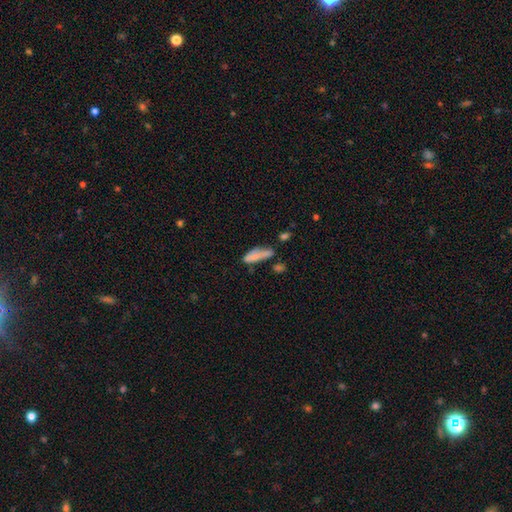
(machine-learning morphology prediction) A smooth galaxy with no disk features (73%) that is cigar-shaped (49%, tied with in between).

Vote fractions:
- Smooth or featured? smooth: 73% / featured or disk: 18% / star or artifact: 9%
- How rounded? cigar-shaped: 49% (tied) / in between: 49% (tied) / round: 3%
- Merging? none: 43% / minor disturbance: 27% / merger: 16% / major disturbance: 14%